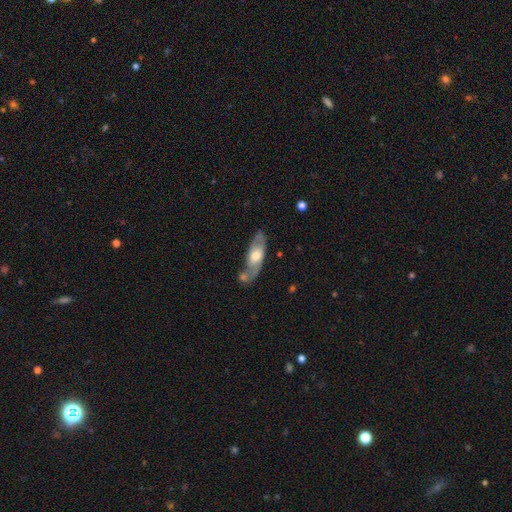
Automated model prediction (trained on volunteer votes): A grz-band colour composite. It shows a featured or disk galaxy (54%). Merging: none (55%).